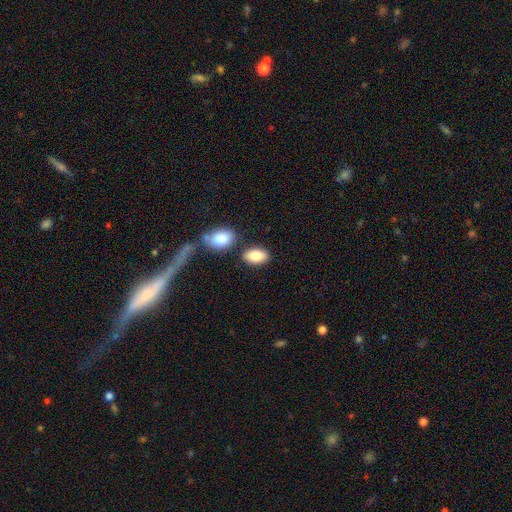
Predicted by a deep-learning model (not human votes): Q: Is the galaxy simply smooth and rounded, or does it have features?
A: smooth — 84%.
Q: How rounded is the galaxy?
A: in between — 91%.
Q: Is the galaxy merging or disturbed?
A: none — 75%.